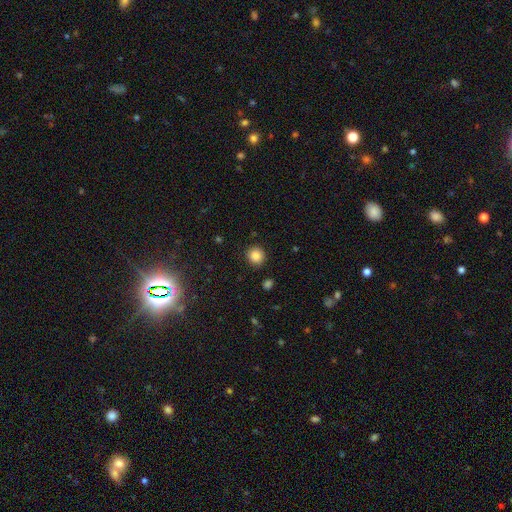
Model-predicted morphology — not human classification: Overall: smooth (86%). How rounded: round (89%). Merging: none (89%).